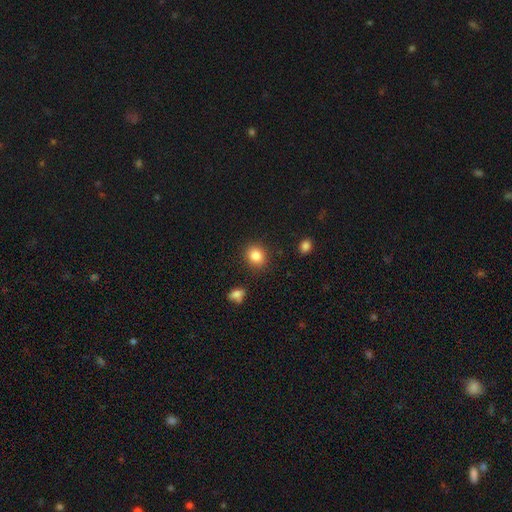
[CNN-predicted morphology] smooth-or-featured: smooth: 85% | star or artifact: 10% | featured or disk: 5%
  how-rounded: round: 63% | in between: 36% | cigar-shaped: 1%
  merging: none: 86% | minor disturbance: 9% | major disturbance: 3% | merger: 2%